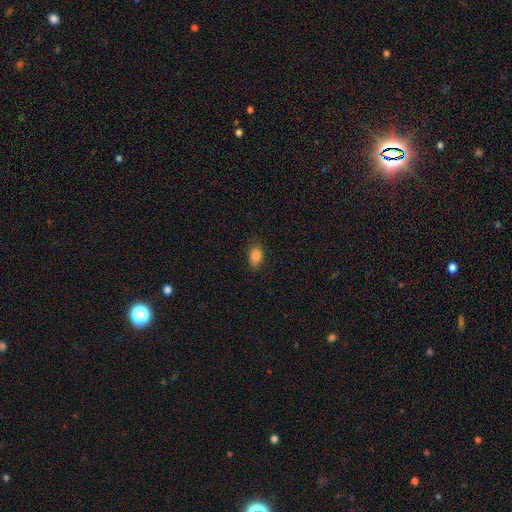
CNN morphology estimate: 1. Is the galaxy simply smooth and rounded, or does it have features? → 86% smooth, 9% star or artifact, 4% featured or disk.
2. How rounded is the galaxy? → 88% in between, 9% round, 3% cigar-shaped.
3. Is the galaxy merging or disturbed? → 81% none, 14% minor disturbance, 3% major disturbance, 1% merger.